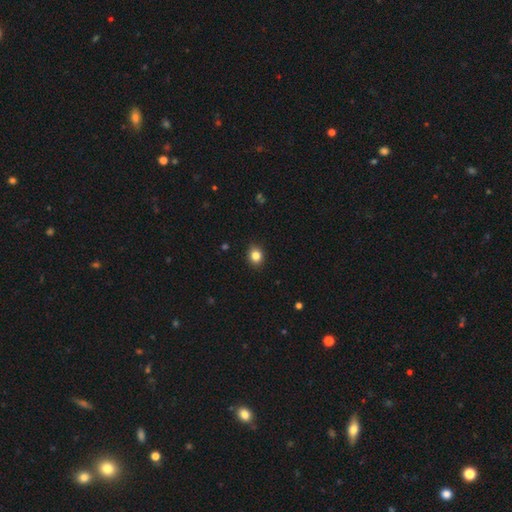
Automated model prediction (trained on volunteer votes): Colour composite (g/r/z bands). It shows a smooth galaxy with no disk features (84%) that is round (64%). Merging: none (89%).